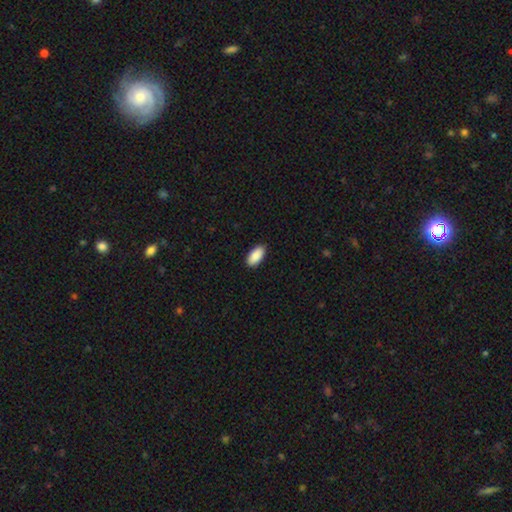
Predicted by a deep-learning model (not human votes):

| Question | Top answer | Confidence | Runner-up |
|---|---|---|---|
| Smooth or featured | smooth | 90% | star or artifact (6%) |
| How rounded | in between | 94% | cigar-shaped (4%) |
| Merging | none | 89% | minor disturbance (9%) |